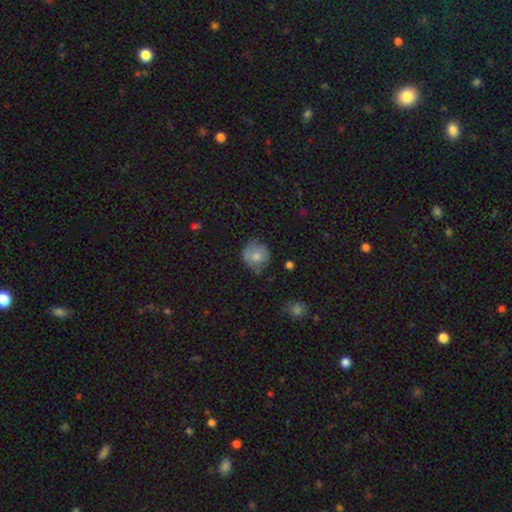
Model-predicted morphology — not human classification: type=smooth (74%); roundness=round (87%); merging=none (66%).